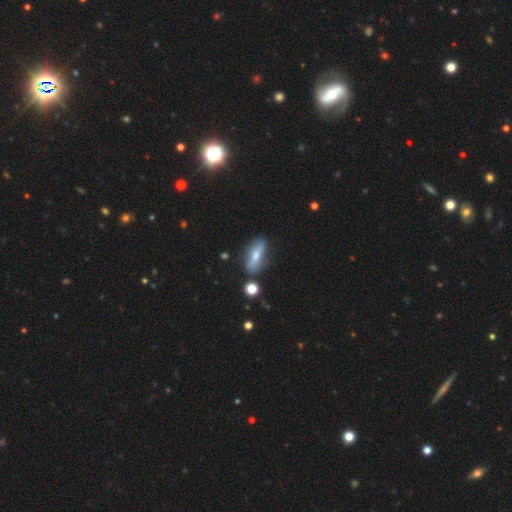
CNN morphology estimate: Q: Smooth or featured?
A: smooth (56%); runner-up: featured or disk (36%)
Q: How rounded?
A: in between (61%); runner-up: cigar-shaped (35%)
Q: Merging?
A: none (72%); runner-up: minor disturbance (18%)